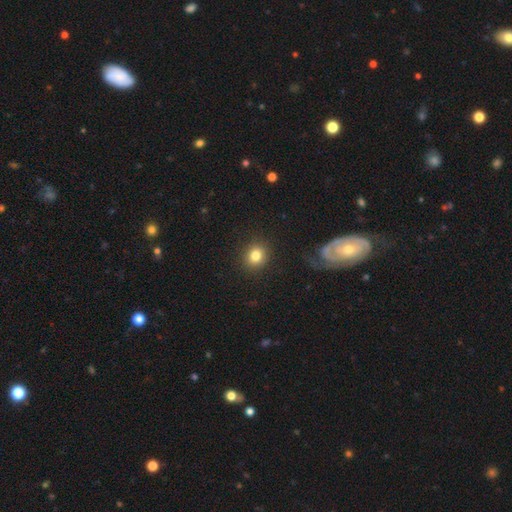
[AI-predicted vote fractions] Smooth or featured?
  - smooth: 82% *
  - star or artifact: 10%
  - featured or disk: 7%
How rounded?
  - round: 77% *
  - in between: 22%
  - cigar-shaped: 1%
Merging?
  - none: 88% *
  - minor disturbance: 7%
  - major disturbance: 3%
  - merger: 1%